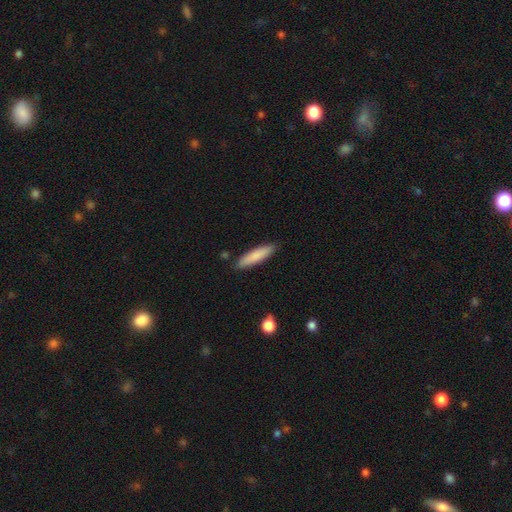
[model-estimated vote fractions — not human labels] smooth-or-featured: smooth: 82% | featured or disk: 12% | star or artifact: 6%
  how-rounded: cigar-shaped: 76% | in between: 23% | round: 1%
  merging: none: 88% | minor disturbance: 9% | major disturbance: 2% | merger: 2%